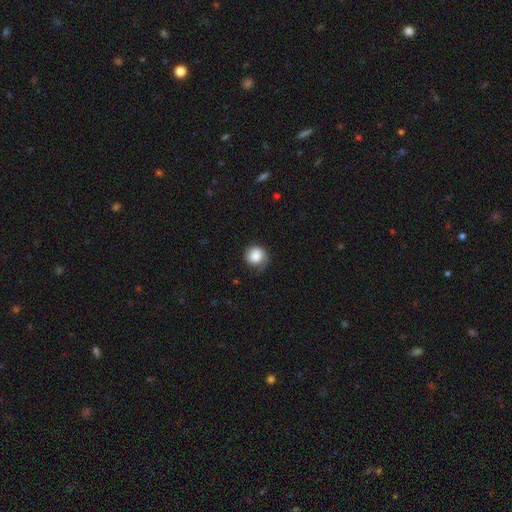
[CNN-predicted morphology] Smooth or featured? smooth (75%)
How rounded? round (85%)
Merging? none (58%)